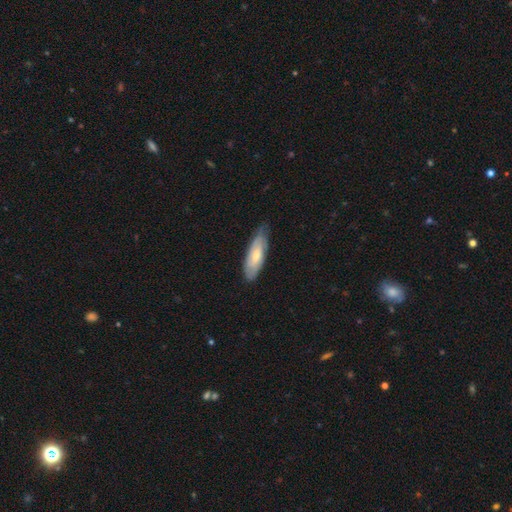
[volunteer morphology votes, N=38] A smooth galaxy with no disk features (58%) that is in between round and cigar-shaped (59%). Merging: minor disturbance (63%).